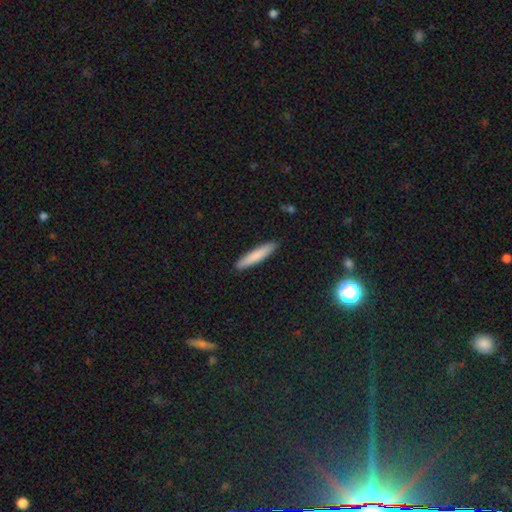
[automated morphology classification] Smooth or featured? smooth (80%)
How rounded? cigar-shaped (91%)
Merging? none (91%)